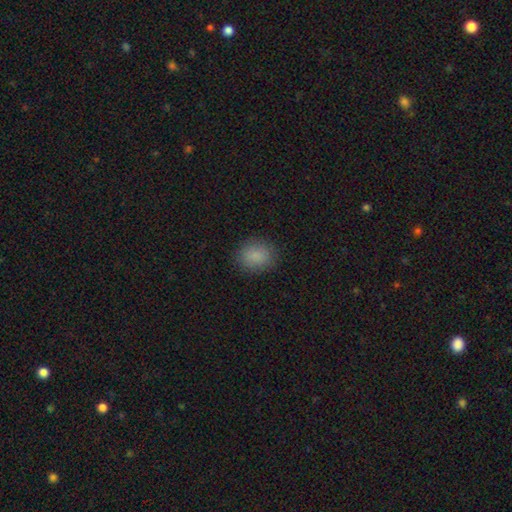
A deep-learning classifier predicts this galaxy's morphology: smooth-or-featured: smooth: 86% | star or artifact: 10% | featured or disk: 4%
  how-rounded: round: 60% | in between: 39% | cigar-shaped: 1%
  merging: none: 86% | minor disturbance: 10% | major disturbance: 3% | merger: 1%